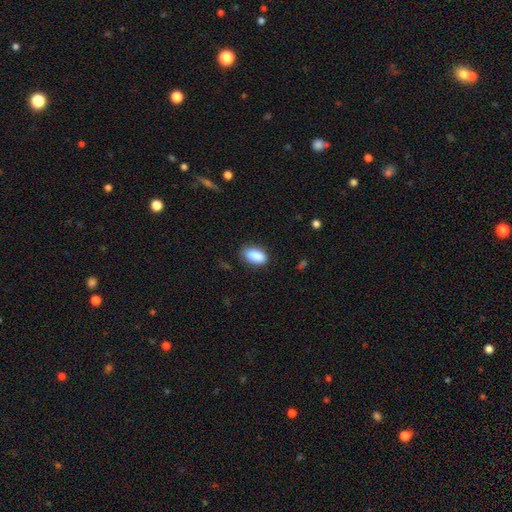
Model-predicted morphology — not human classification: type=smooth (89%); roundness=in between (91%); merging=none (81%).